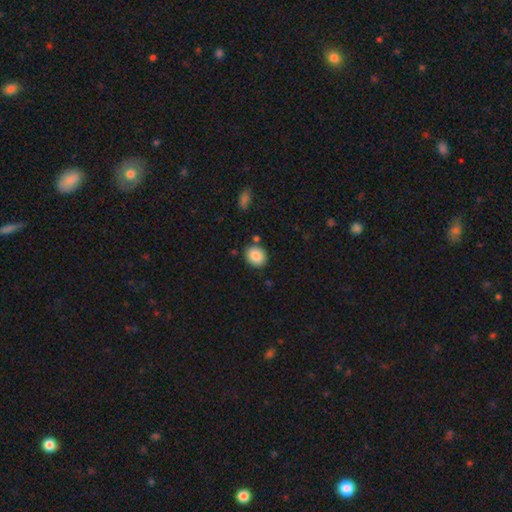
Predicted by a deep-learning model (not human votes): This appears to be a smooth galaxy with no disk features (87%) that is round (62%). Merging: none (82%).